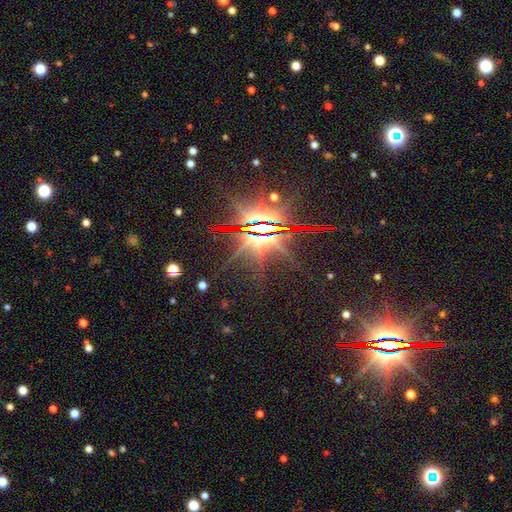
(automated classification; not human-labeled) star or artifact 84%, featured or disk 11%, smooth 6%.